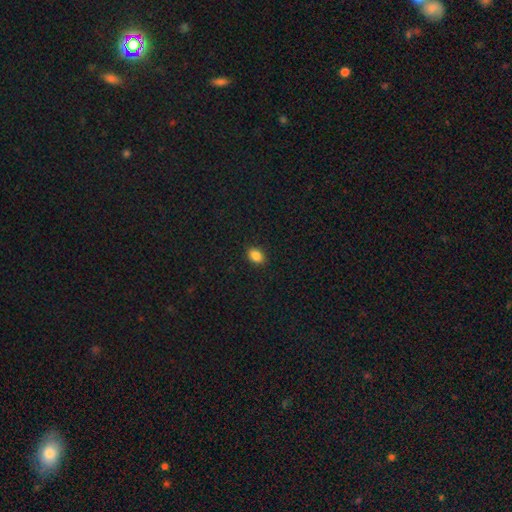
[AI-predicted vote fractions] Overall: smooth (87%). How rounded: in between (79%). Merging: none (89%).